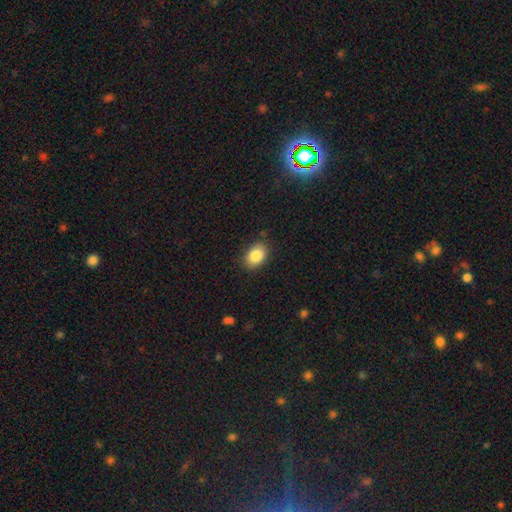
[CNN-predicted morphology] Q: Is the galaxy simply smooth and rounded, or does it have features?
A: smooth — 86%.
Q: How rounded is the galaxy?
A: in between — 76%.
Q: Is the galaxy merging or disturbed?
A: none — 83%.